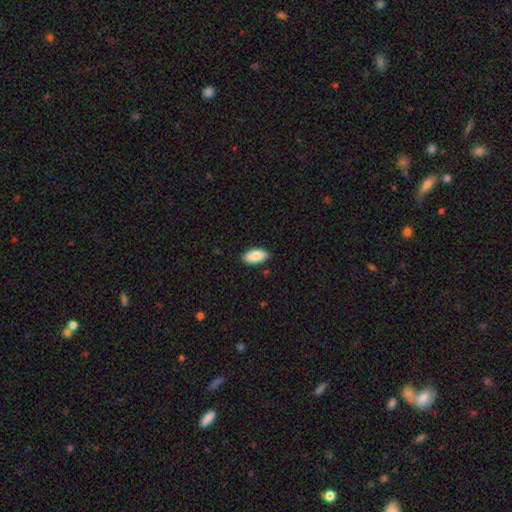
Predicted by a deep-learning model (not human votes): The model was most divided on "merging": none: 88%, minor disturbance: 9%, major disturbance: 2%, merger: 1%. More confident: how rounded — in between (93%); smooth or featured — smooth (86%).